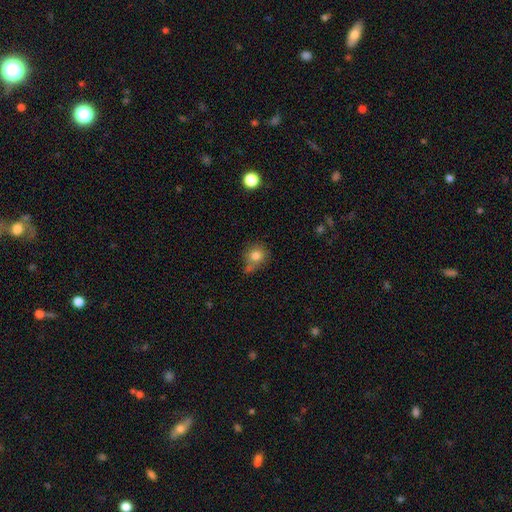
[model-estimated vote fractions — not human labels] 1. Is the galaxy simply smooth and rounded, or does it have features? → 80% smooth, 10% star or artifact, 9% featured or disk.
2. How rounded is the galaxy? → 82% round, 17% in between, 1% cigar-shaped.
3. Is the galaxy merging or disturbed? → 54% none, 22% minor disturbance, 17% merger, 7% major disturbance.